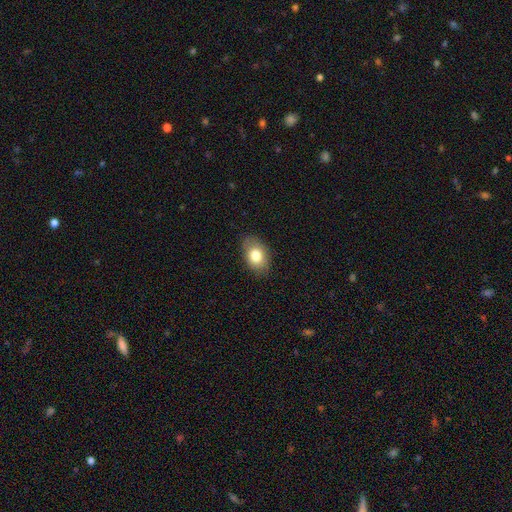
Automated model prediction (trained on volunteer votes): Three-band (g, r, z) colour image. It shows a smooth galaxy with no disk features (80%) that is in between round and cigar-shaped (83%). Merging: none (82%).